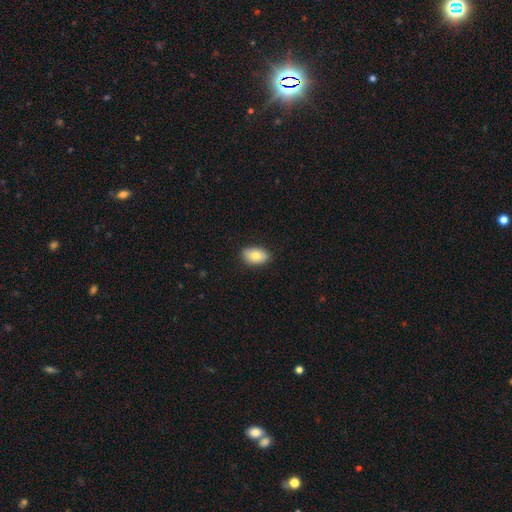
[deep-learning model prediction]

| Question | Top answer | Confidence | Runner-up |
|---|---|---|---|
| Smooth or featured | smooth | 81% | featured or disk (12%) |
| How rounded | in between | 90% | round (8%) |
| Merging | none | 86% | minor disturbance (11%) |